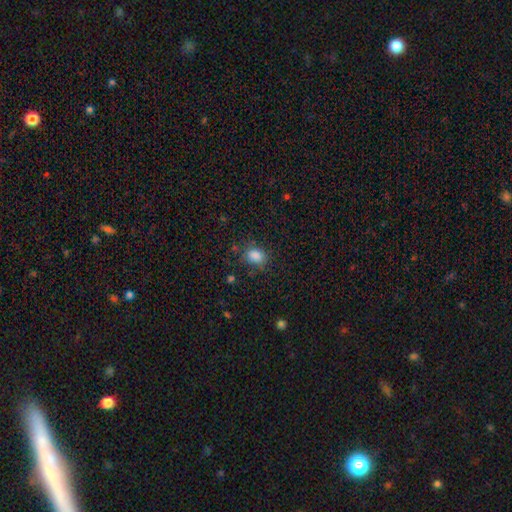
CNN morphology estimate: type=smooth (85%); roundness=in between (68%); merging=none (74%).